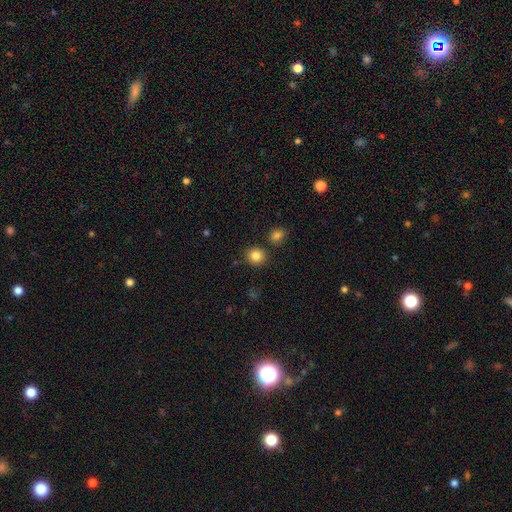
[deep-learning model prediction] smooth_or_featured: smooth (p=0.85) [alt: star or artifact p=0.10]
how_rounded: round (p=0.84) [alt: in between p=0.15]
merging: none (p=0.83) [alt: minor disturbance p=0.08]